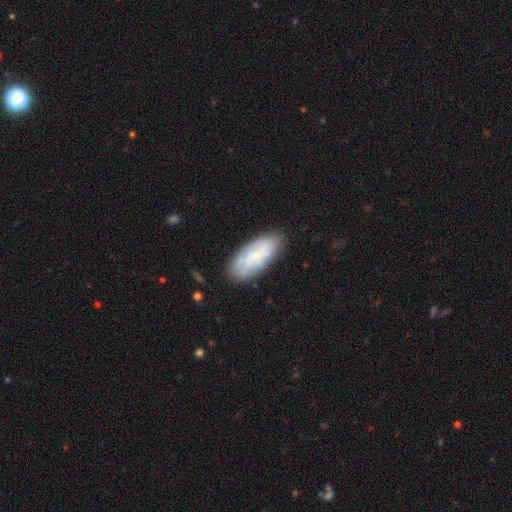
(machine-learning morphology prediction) This appears to be a smooth galaxy with no disk features (65%) that is in between round and cigar-shaped (83%). Merging: none (80%).